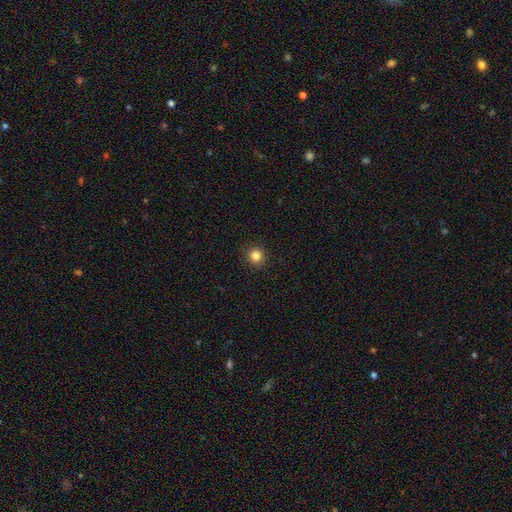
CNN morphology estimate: This is clearly a smooth galaxy (84%). How rounded: clearly round (95%). Merging: clearly none (92%).